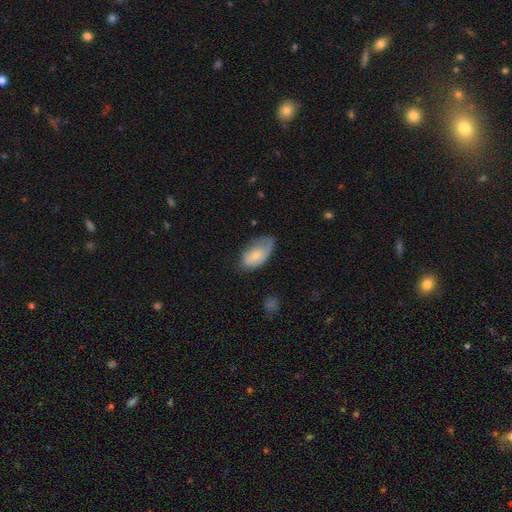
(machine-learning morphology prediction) The model was most divided on "merging": none: 42%, minor disturbance: 37%, major disturbance: 18%, merger: 2%. More confident: how rounded — in between (94%); smooth or featured — smooth (68%).